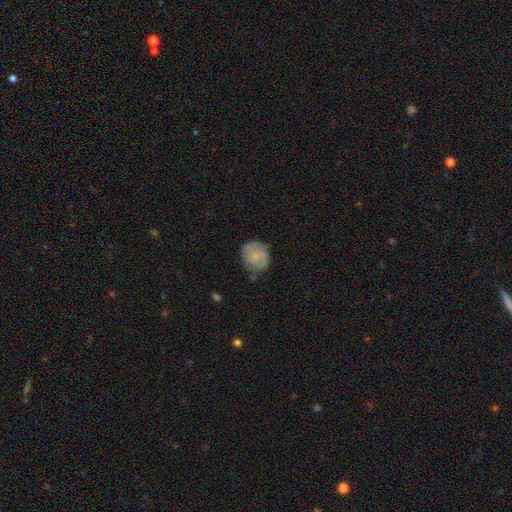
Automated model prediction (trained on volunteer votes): Q: Smooth or featured?
A: featured or disk (50%); runner-up: smooth (43%)
Q: Merging?
A: none (64%); runner-up: minor disturbance (25%)